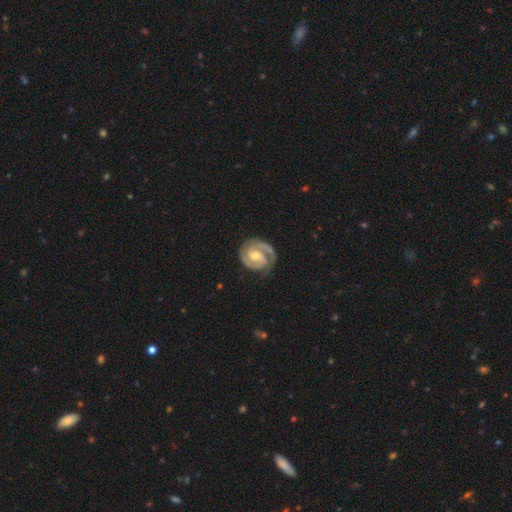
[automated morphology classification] A featured or disk galaxy (91%) with a weak bar (45%), 2 (85%) tight (63%) spiral arms (98%) and a moderate central bulge (58%). Merging: none (79%).